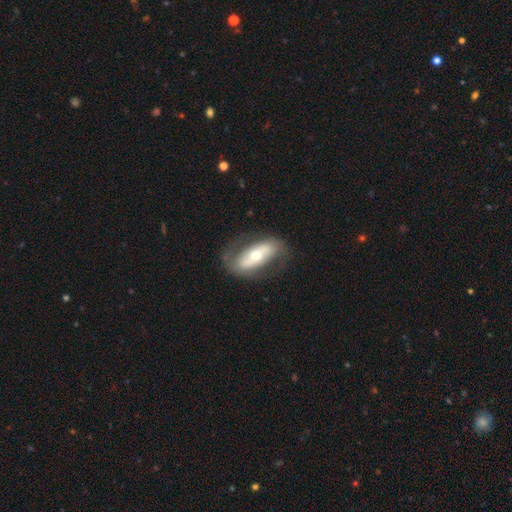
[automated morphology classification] A featured or disk galaxy (66%) with a strong bar (41%), spiral arms (59%) and a moderate central bulge (57%). Merging: none (72%).